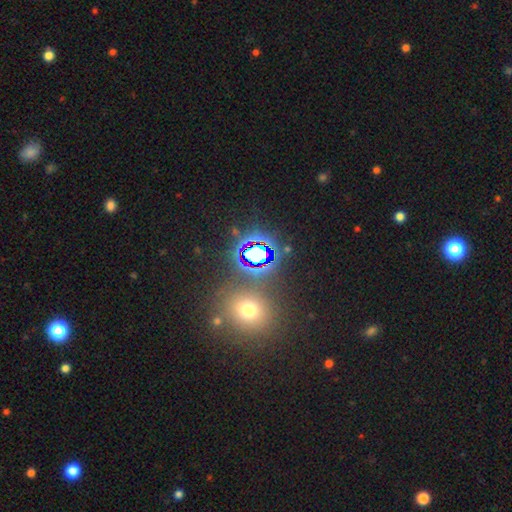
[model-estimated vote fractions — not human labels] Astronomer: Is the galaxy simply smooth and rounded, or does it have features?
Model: star or artifact — 71%.